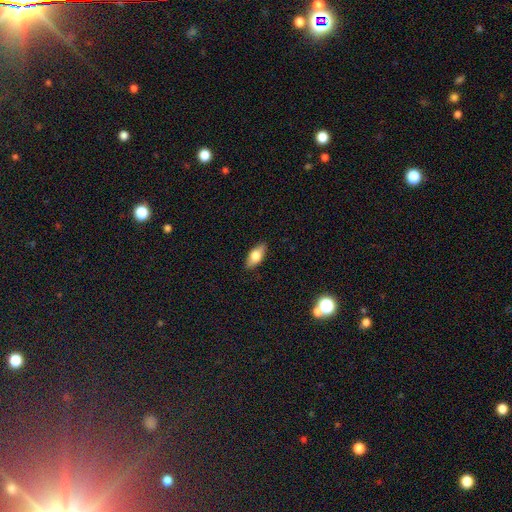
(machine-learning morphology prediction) smooth-or-featured: smooth: 74% | featured or disk: 19% | star or artifact: 7%
  how-rounded: in between: 86% | cigar-shaped: 10% | round: 4%
  merging: none: 88% | minor disturbance: 9% | major disturbance: 2% | merger: 1%